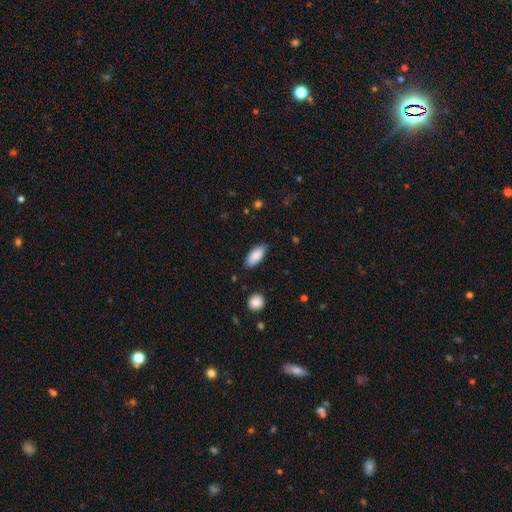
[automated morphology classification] Overall: smooth (88%). How rounded: in between (86%). Merging: none (85%).